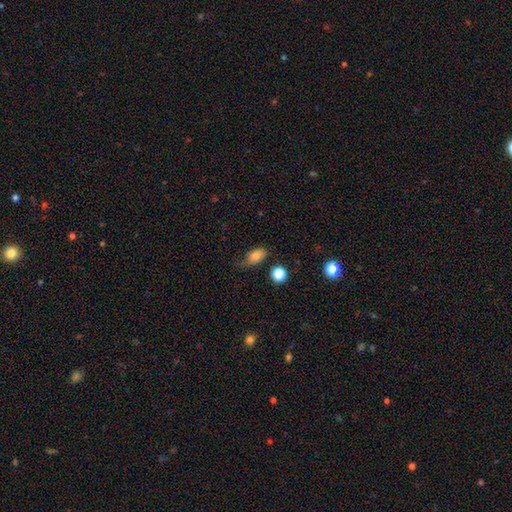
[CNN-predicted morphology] A smooth galaxy with no disk features (77%) that is in between round and cigar-shaped (86%). Merging: none (53%).